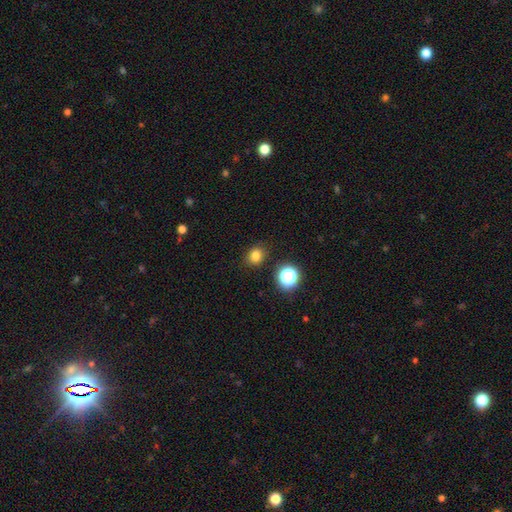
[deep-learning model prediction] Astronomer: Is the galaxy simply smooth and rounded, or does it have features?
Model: smooth — 79%.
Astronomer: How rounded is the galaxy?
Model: round — 62% (runner-up: in between, 37%).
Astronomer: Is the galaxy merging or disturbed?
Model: none — 85%.